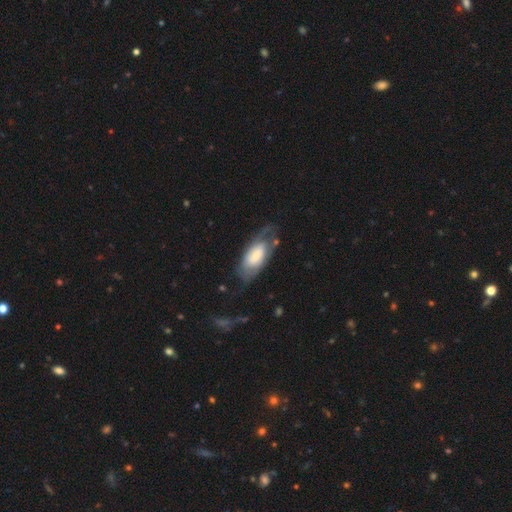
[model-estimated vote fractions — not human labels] The model was most divided on "smooth or featured": featured or disk: 52%, smooth: 42%, star or artifact: 6%. Remaining: edge-on disk — no (89%); merging — none (49%).